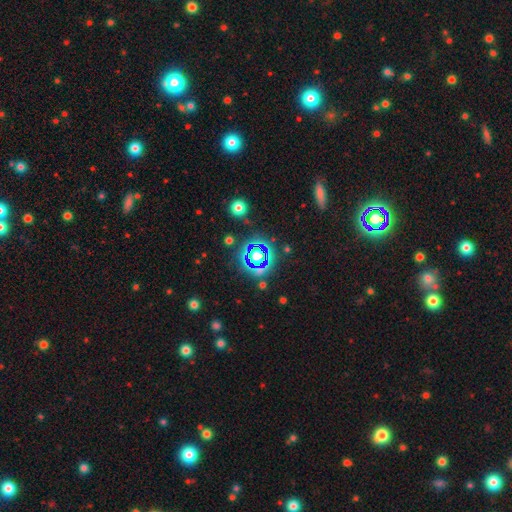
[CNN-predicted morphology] smooth_or_featured: star or artifact (p=0.56) [alt: smooth p=0.28]